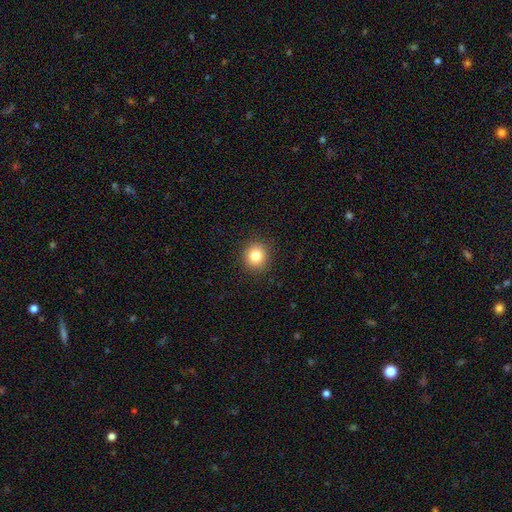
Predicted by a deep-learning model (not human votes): A smooth galaxy with no disk features (82%) that is round (88%).

Vote fractions:
- Smooth or featured? smooth: 82% / star or artifact: 11% / featured or disk: 7%
- How rounded? round: 88% / in between: 11% / cigar-shaped: 1%
- Merging? none: 91% / minor disturbance: 6% / major disturbance: 2% / merger: 1%